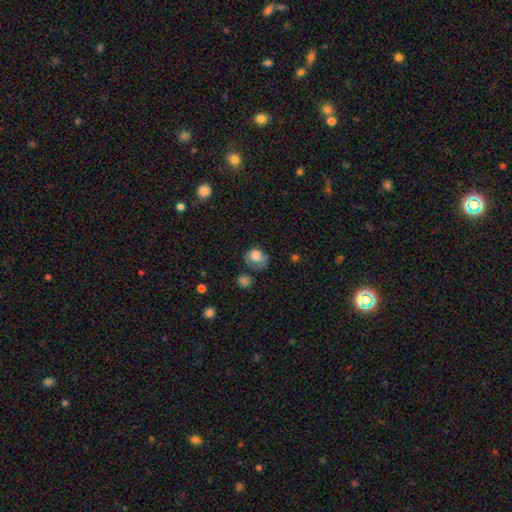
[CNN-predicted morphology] smooth 75%, featured or disk 14%, star or artifact 11%. Down the decision tree: how rounded — round (57%); merging — none (36%).